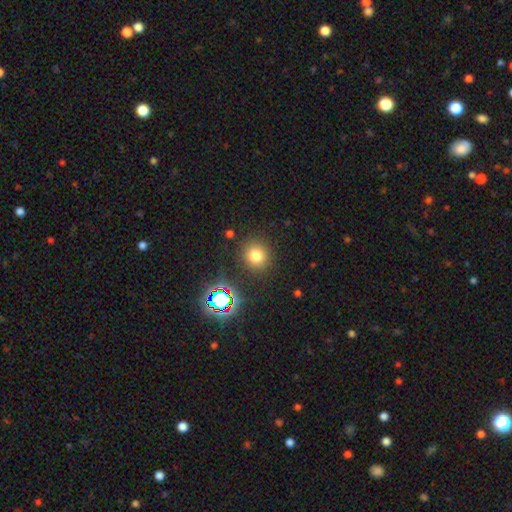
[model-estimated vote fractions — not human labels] Overall: smooth (73%). How rounded: round (87%). Merging: none (86%).